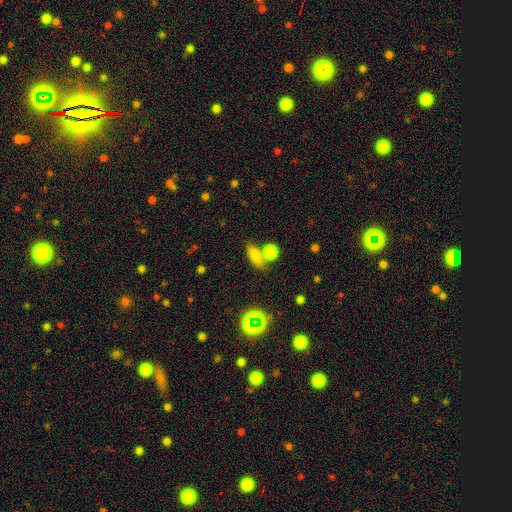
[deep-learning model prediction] This is likely a smooth galaxy (77%). How rounded: possibly in between (56%). Merging: possibly none (57%).